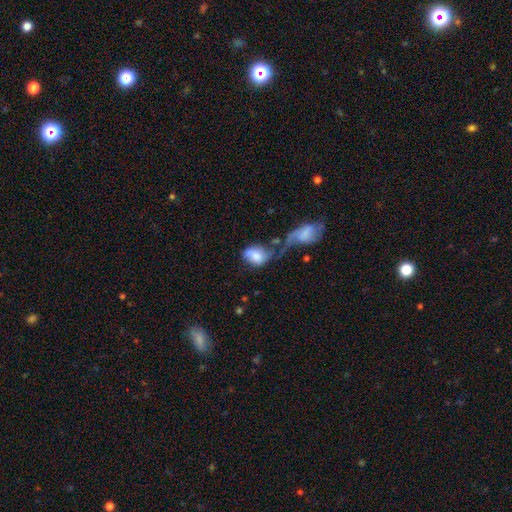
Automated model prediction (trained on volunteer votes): Overall: smooth (60%; featured or disk 33%). How rounded: in between (66%; round 33%). Merging: merger (54%; major disturbance 20%).